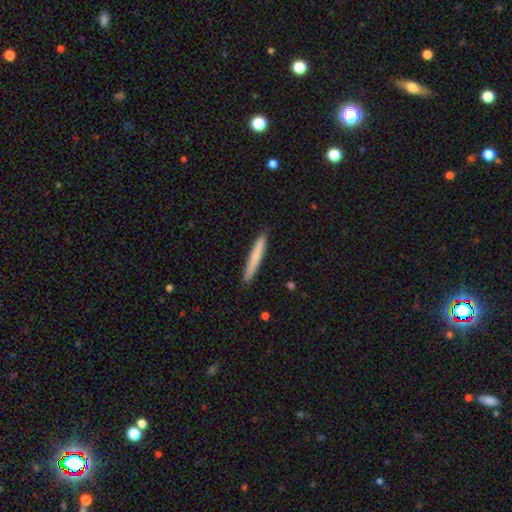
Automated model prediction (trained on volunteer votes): Smooth or featured? Predicted: smooth (p=0.74). How rounded? Predicted: cigar-shaped (p=0.96). Merging? Predicted: none (p=0.91).